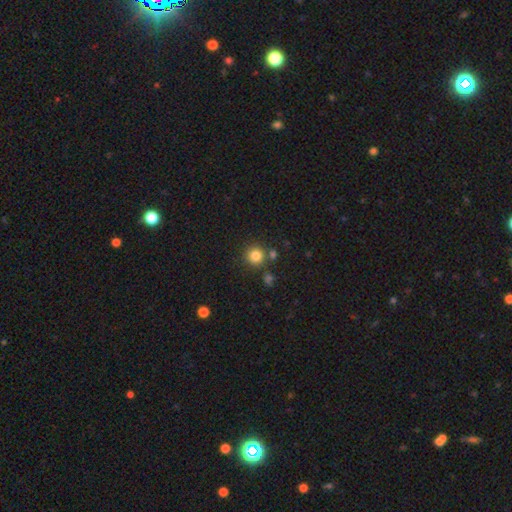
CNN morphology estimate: smooth-or-featured: smooth: 83% | star or artifact: 12% | featured or disk: 5%
  how-rounded: round: 94% | in between: 5% | cigar-shaped: 1%
  merging: none: 80% | merger: 9% | minor disturbance: 8% | major disturbance: 3%